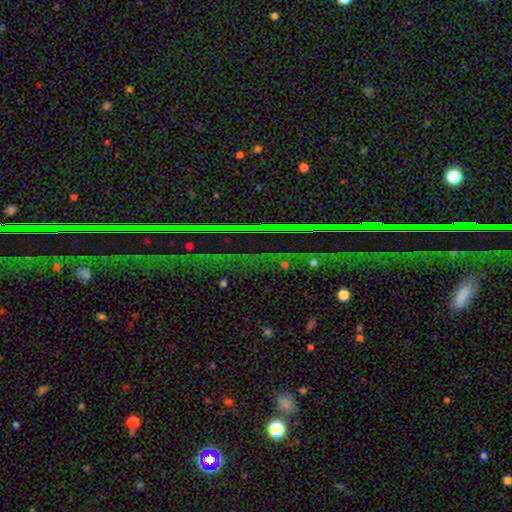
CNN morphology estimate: Smooth or featured?
  - star or artifact: 83% *
  - featured or disk: 9%
  - smooth: 8%